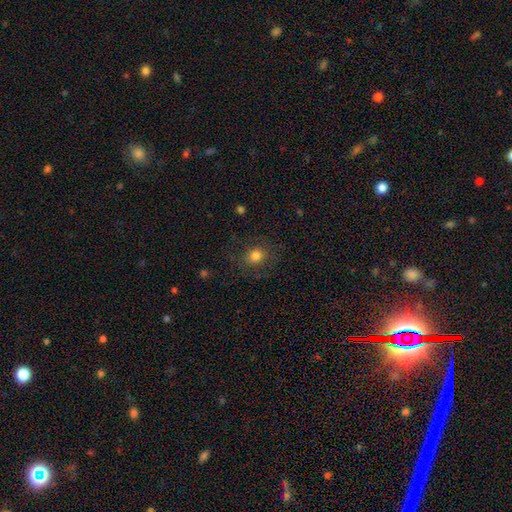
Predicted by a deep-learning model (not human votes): Smooth or featured? smooth (81%)
How rounded? round (78%)
Merging? none (82%)